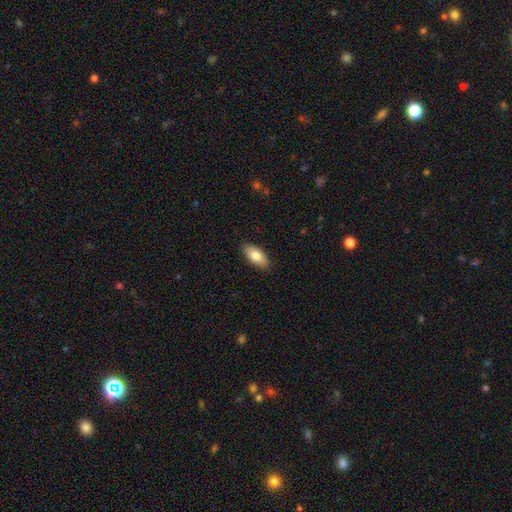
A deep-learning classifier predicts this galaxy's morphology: Smooth or featured: smooth — 81% (featured or disk — 13%)
How rounded: in between — 86% (cigar-shaped — 12%)
Merging: none — 88% (minor disturbance — 9%)